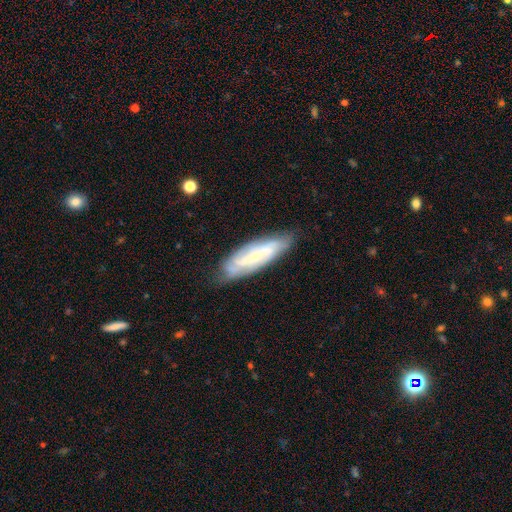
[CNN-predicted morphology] A featured or disk galaxy (64%). Merging: none (73%).